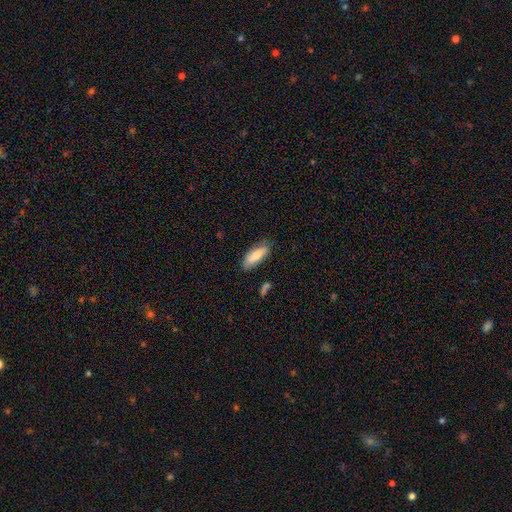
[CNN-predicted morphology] Smooth or featured? Predicted: smooth (p=0.73). How rounded? Predicted: in between (p=0.71). Merging? Predicted: none (p=0.76).